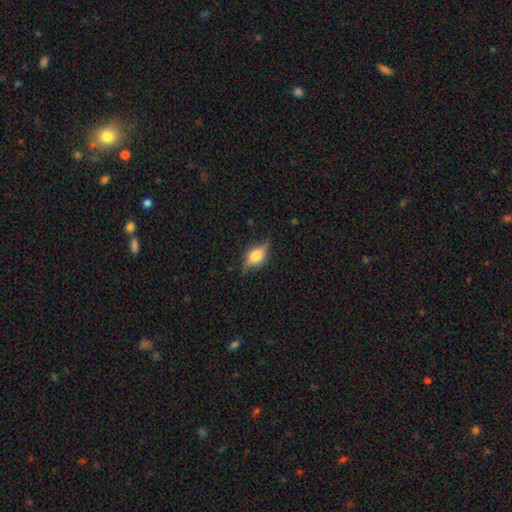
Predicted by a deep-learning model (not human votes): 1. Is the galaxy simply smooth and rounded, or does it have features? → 55% featured or disk, 36% smooth, 9% star or artifact.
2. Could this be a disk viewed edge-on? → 84% yes, 16% no.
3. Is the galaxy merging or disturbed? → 74% none, 19% minor disturbance, 5% major disturbance, 1% merger.